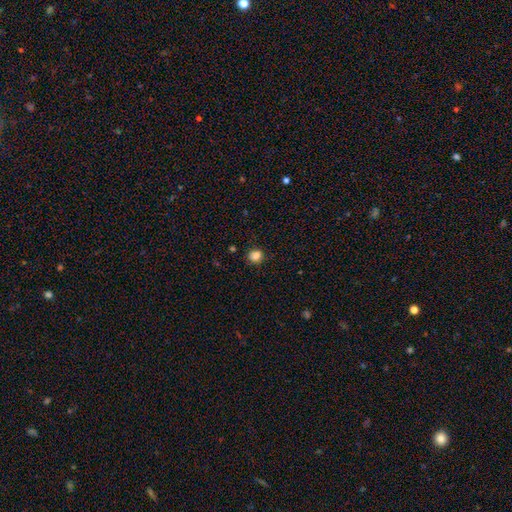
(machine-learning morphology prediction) smooth-or-featured: smooth: 84% | star or artifact: 11% | featured or disk: 4%
  how-rounded: round: 84% | in between: 15% | cigar-shaped: 1%
  merging: none: 88% | minor disturbance: 9% | major disturbance: 2% | merger: 1%